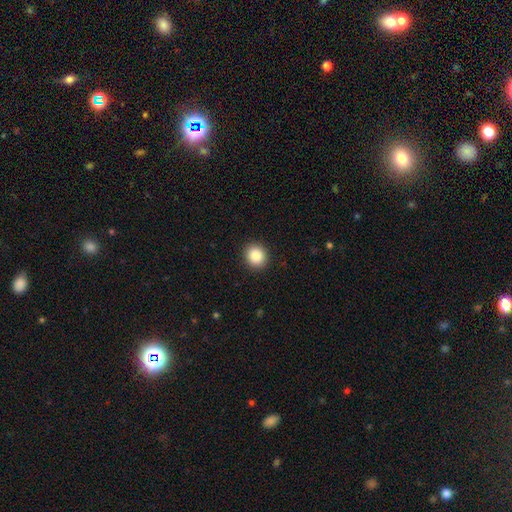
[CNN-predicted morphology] Smooth or featured?
  - smooth: 85% *
  - star or artifact: 9%
  - featured or disk: 5%
How rounded?
  - round: 83% *
  - in between: 16%
  - cigar-shaped: 1%
Merging?
  - none: 92% *
  - minor disturbance: 5%
  - major disturbance: 2%
  - merger: 1%